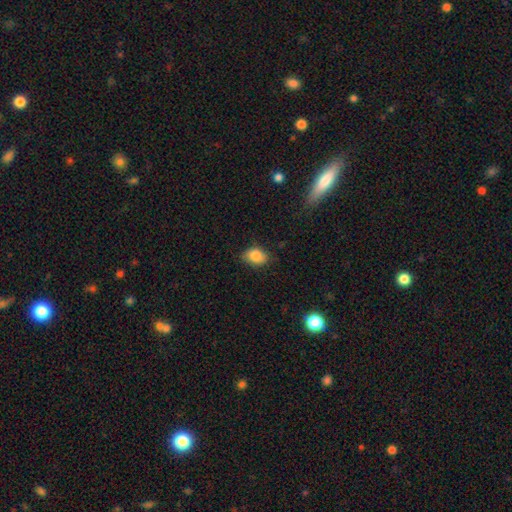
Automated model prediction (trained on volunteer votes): Smooth or featured: smooth — 86% (star or artifact — 8%)
How rounded: in between — 79% (round — 20%)
Merging: none — 77% (minor disturbance — 18%)